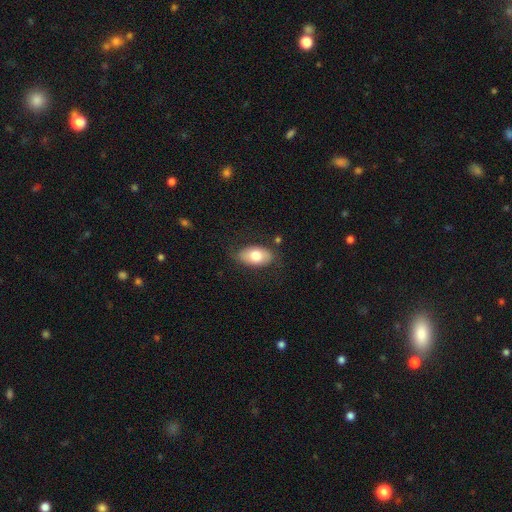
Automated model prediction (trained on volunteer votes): Q: Smooth or featured?
A: smooth (72%); runner-up: featured or disk (21%)
Q: How rounded?
A: in between (92%); runner-up: round (6%)
Q: Merging?
A: none (79%); runner-up: minor disturbance (15%)